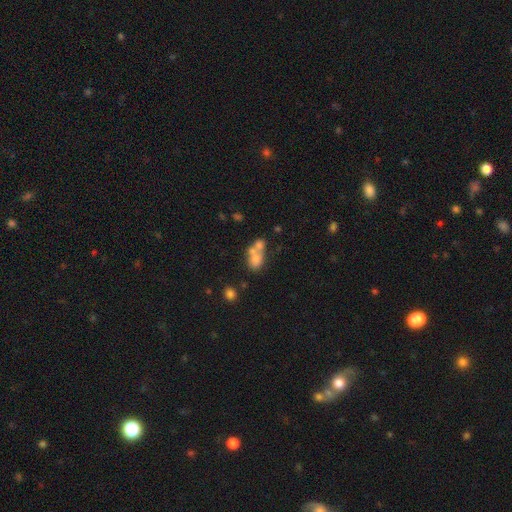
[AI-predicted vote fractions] The model was most divided on "how rounded": in between: 62%, round: 36%, cigar-shaped: 2%. More confident: smooth or featured — smooth (63%); merging — merger (59%).